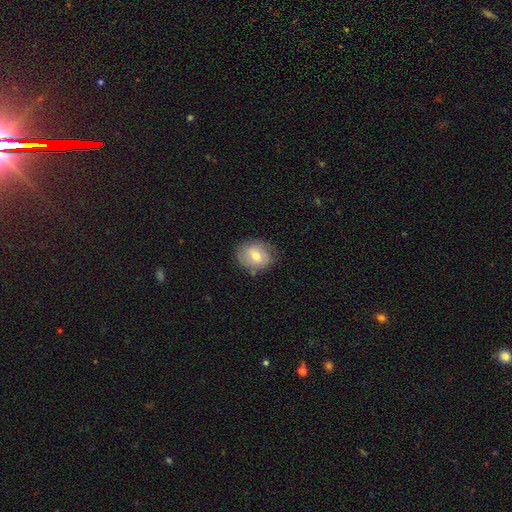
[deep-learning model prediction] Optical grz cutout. It shows a smooth galaxy with no disk features (68%) that is round (53%). Merging: none (77%).